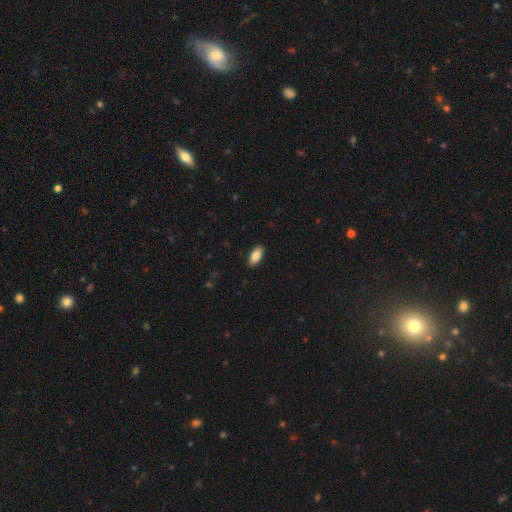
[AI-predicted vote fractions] Overall: smooth (82%). How rounded: in between (89%). Merging: none (90%).